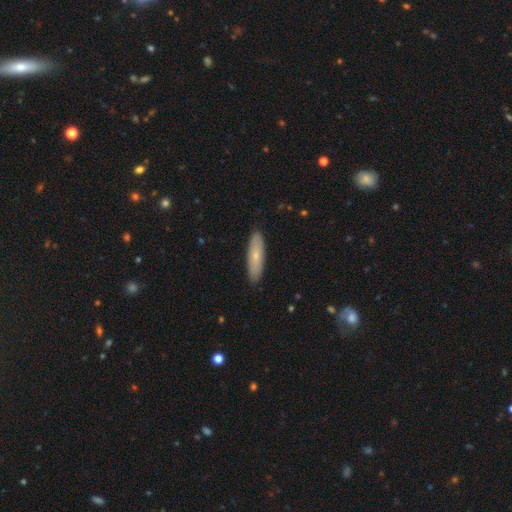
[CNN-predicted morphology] smooth-or-featured: smooth: 67% | featured or disk: 27% | star or artifact: 6%
  how-rounded: cigar-shaped: 66% | in between: 32% | round: 2%
  merging: none: 89% | minor disturbance: 8% | major disturbance: 2% | merger: 1%